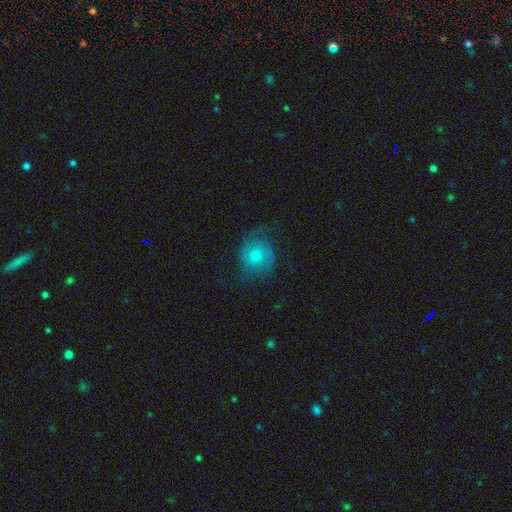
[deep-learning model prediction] This is likely a featured or disk galaxy (60%). It is clearly not viewed edge-on (97%). Bar: likely no (77%). Spiral arm pattern: clearly yes (89%). Spiral arm count: likely 2 (76%). Spiral winding: marginally medium (44%). Central bulge: possibly moderate (53%). Merging: likely none (66%).